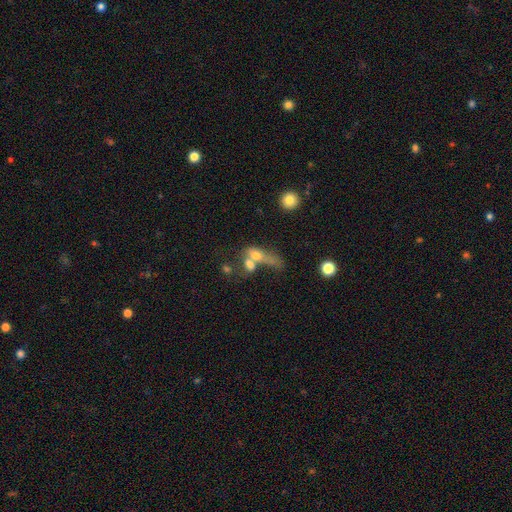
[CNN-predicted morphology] Overall: smooth (61%; featured or disk 28%). How rounded: in between (57%; cigar-shaped 25%). Merging: merger (58%).